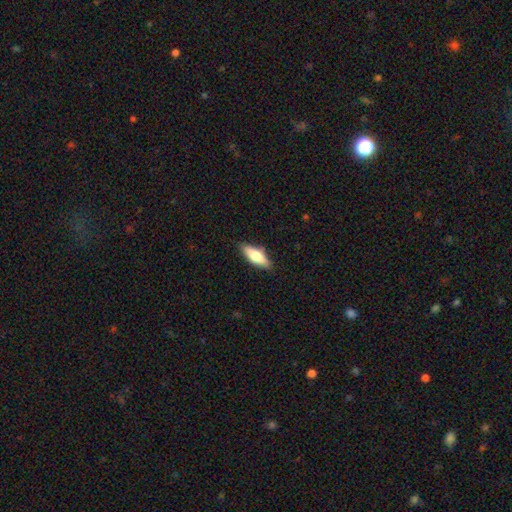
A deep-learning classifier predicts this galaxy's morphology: Q: Smooth or featured?
A: smooth (67%); runner-up: featured or disk (27%)
Q: How rounded?
A: in between (59%); runner-up: cigar-shaped (38%)
Q: Merging?
A: none (85%); runner-up: minor disturbance (11%)